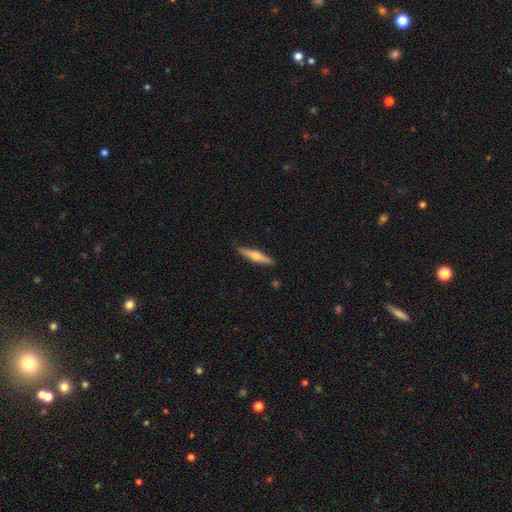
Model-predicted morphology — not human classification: A featured or disk galaxy (62%) viewed edge-on (97%) with a rounded central bulge (91%).

Vote fractions:
- Smooth or featured? featured or disk: 62% / smooth: 32% / star or artifact: 5%
- Edge-on disk? yes: 97% / no: 3%
- Edge-on bulge? rounded: 91% / boxy: 5% / none: 3%
- Merging? none: 87% / minor disturbance: 10% / major disturbance: 2% / merger: 1%